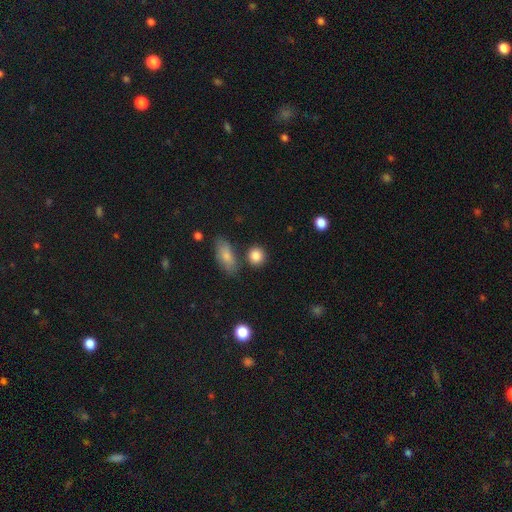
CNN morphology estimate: This appears to be a smooth galaxy with no disk features (86%) that is round (81%). Merging: none (80%).